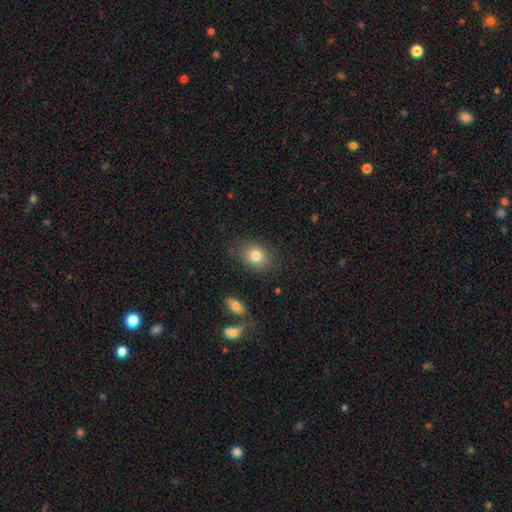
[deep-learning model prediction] Overall: smooth (81%). How rounded: in between (54%; round 45%). Merging: none (82%).